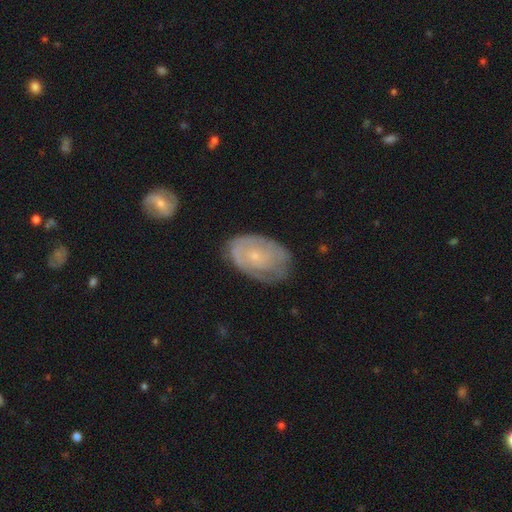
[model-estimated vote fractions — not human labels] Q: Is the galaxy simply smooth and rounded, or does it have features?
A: featured or disk — 62%.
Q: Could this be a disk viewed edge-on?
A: no — 95%.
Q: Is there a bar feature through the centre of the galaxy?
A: no — 82%.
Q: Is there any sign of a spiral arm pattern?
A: yes — 72%.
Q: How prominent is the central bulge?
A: small — 79%.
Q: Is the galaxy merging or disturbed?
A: none — 63%.